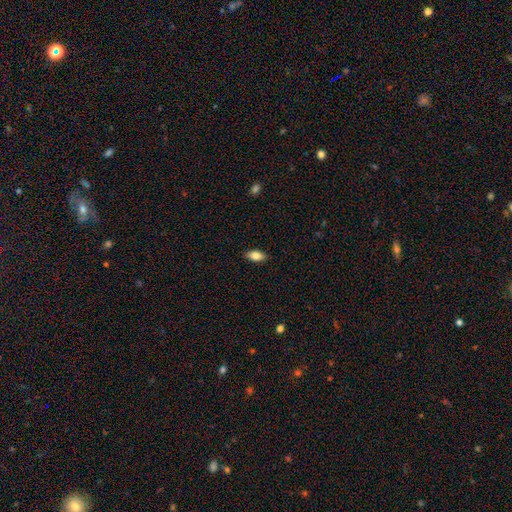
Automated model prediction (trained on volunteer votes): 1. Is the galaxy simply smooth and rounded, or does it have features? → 81% smooth, 12% featured or disk, 7% star or artifact.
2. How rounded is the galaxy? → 89% in between, 8% cigar-shaped, 3% round.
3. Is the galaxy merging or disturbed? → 89% none, 8% minor disturbance, 2% major disturbance, 1% merger.